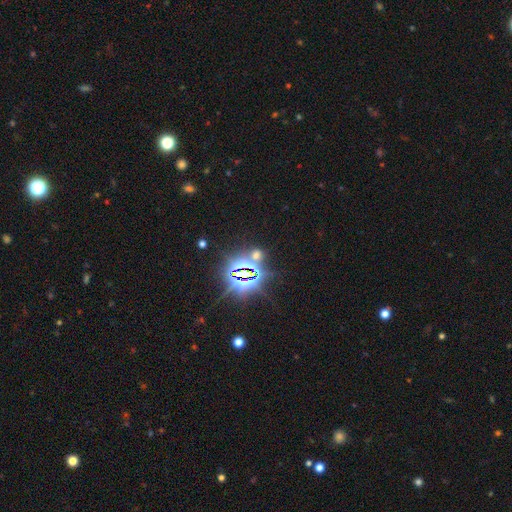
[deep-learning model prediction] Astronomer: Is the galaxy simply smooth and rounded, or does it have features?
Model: star or artifact — 71%.